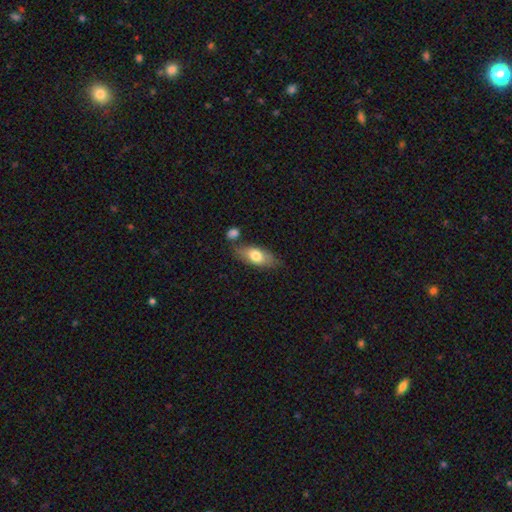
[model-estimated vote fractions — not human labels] The model was most divided on "smooth or featured": smooth: 72%, featured or disk: 22%, star or artifact: 6%. More confident: how rounded — in between (81%); merging — none (68%).